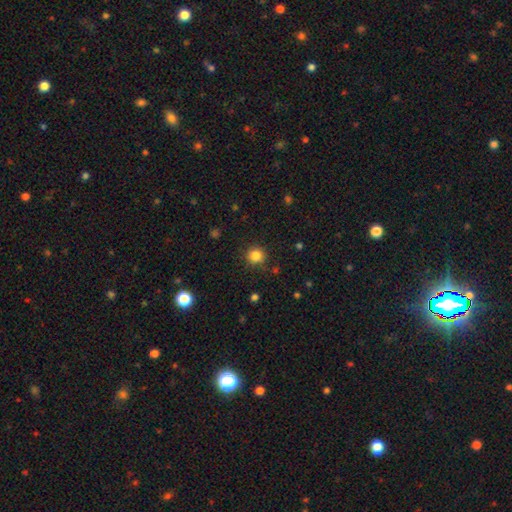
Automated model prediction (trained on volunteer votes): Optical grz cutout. It shows a smooth galaxy with no disk features (84%) that is round (94%). Merging: none (90%).